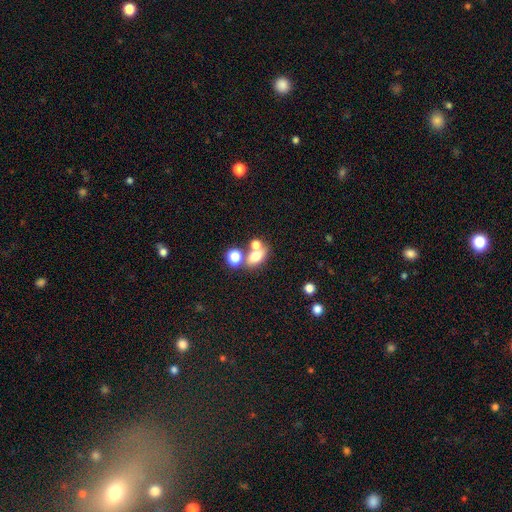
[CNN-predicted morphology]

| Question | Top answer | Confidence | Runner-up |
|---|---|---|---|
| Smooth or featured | smooth | 69% | featured or disk (16%) |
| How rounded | in between | 70% | round (25%) |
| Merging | none | 49% | merger (34%) |